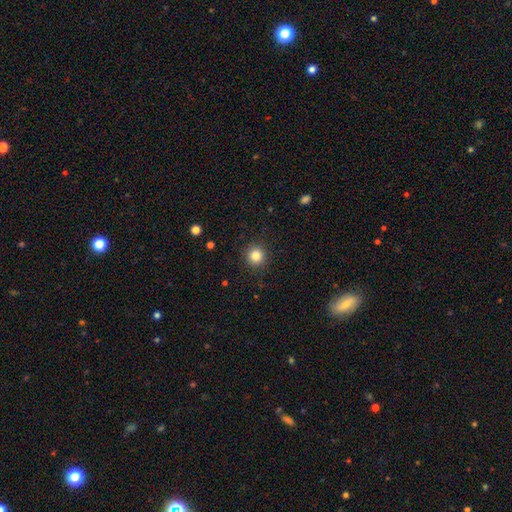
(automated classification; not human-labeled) This is clearly a smooth galaxy (84%). How rounded: clearly round (94%). Merging: clearly none (91%).